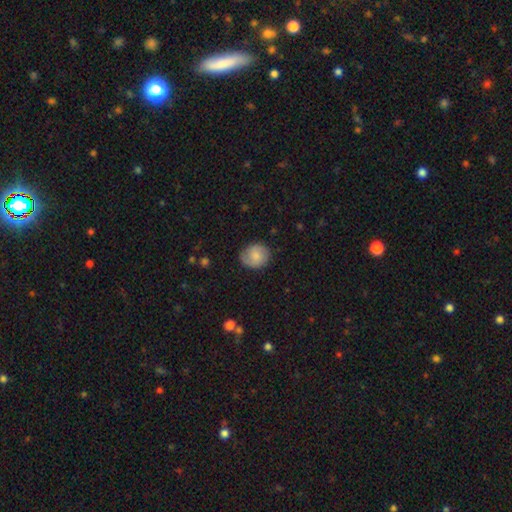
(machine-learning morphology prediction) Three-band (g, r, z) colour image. It shows a smooth galaxy with no disk features (64%) that is round (74%). Merging: none (77%).